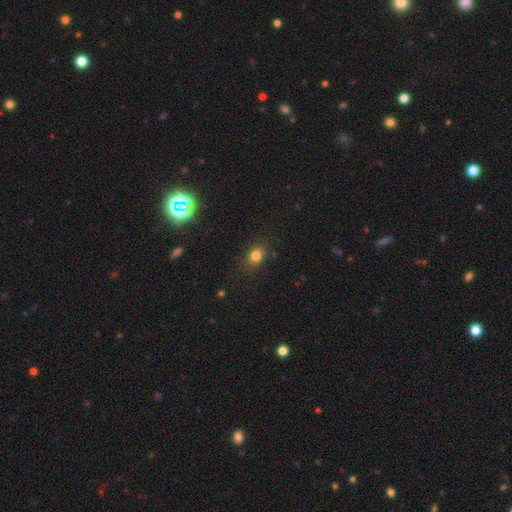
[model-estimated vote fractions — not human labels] Overall: smooth (80%). How rounded: in between (56%; round 42%). Merging: none (82%).